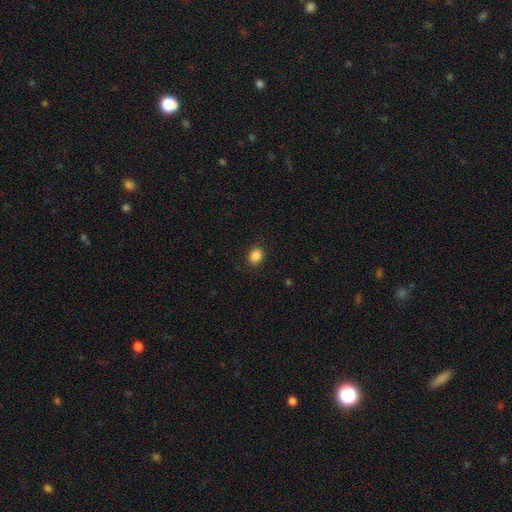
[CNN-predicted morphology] This is clearly a smooth galaxy (86%). How rounded: possibly round (59%). Merging: clearly none (90%).